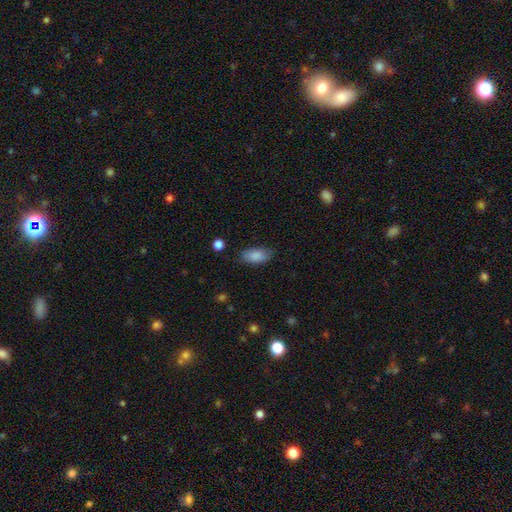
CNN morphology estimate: Overall: smooth (86%). How rounded: in between (91%). Merging: none (82%).